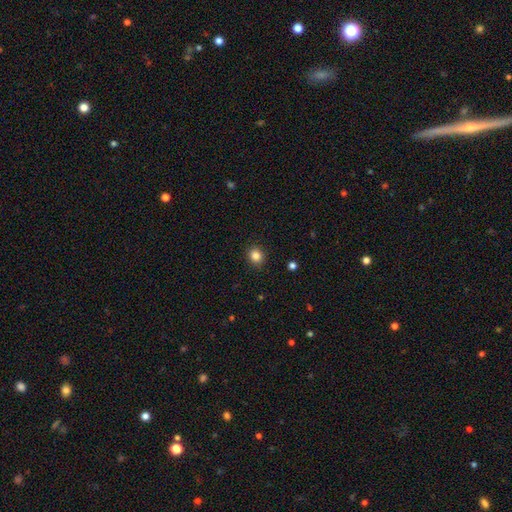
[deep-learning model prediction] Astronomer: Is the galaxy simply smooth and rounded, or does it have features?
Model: smooth — 84%.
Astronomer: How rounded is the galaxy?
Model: round — 79%.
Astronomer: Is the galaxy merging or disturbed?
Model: none — 91%.